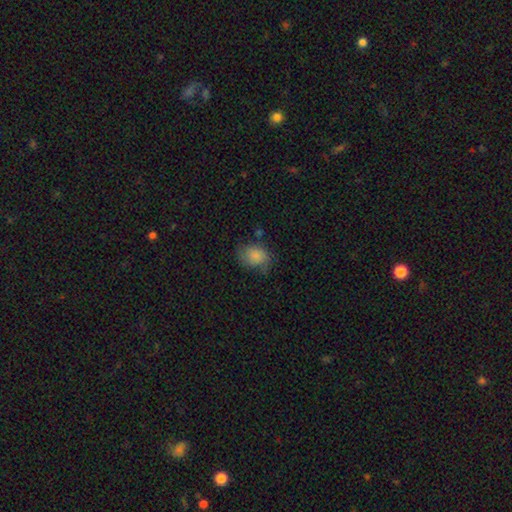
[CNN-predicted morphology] Smooth or featured? smooth (77%)
How rounded? in between (59%)
Merging? none (57%)